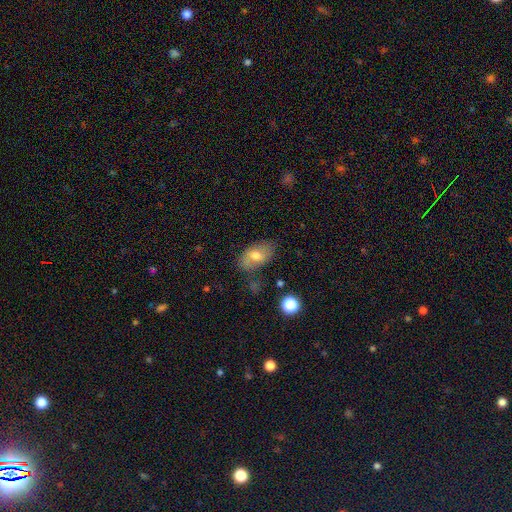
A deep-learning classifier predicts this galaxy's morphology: smooth 66%, featured or disk 25%, star or artifact 9%. Down the decision tree: how rounded — in between (90%); merging — none (68%).